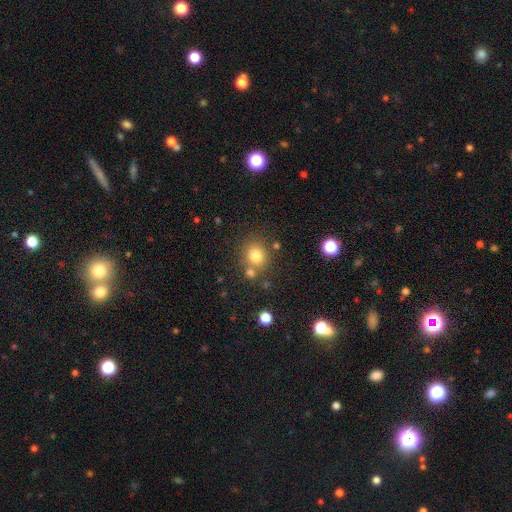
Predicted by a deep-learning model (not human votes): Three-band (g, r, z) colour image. It shows a smooth galaxy with no disk features (78%) that is round (82%). Merging: none (71%).